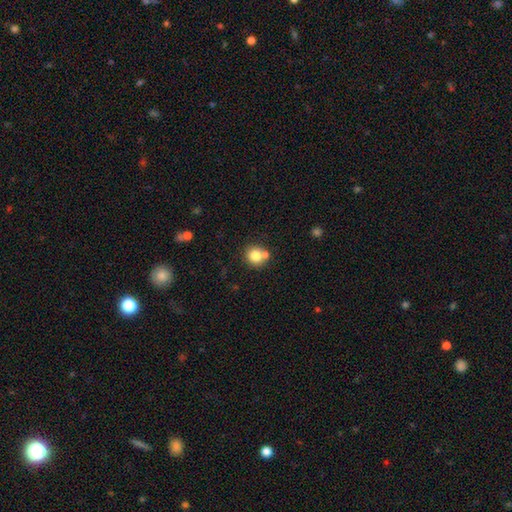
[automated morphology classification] Q: Smooth or featured?
A: smooth (79%); runner-up: featured or disk (11%)
Q: How rounded?
A: round (88%); runner-up: in between (12%)
Q: Merging?
A: none (62%); runner-up: merger (26%)